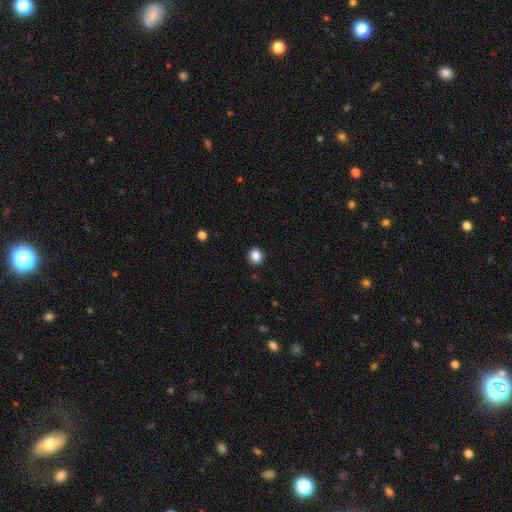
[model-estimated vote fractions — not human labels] A smooth galaxy with no disk features (86%) that is round (87%). Merging: none (92%).